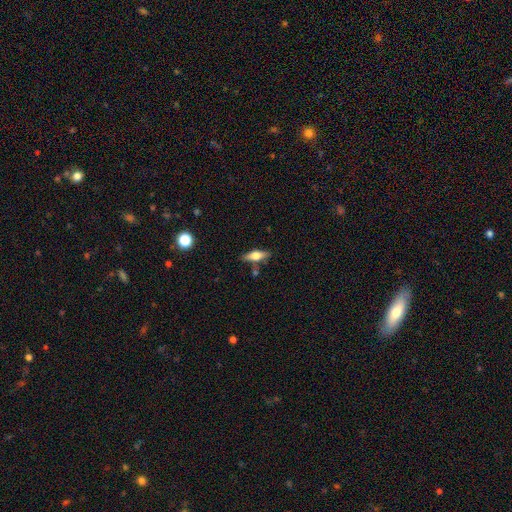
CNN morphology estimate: A smooth galaxy with no disk features (49%).

Vote fractions:
- Smooth or featured? smooth: 49% / featured or disk: 44% / star or artifact: 7%
- Merging? none: 78% / minor disturbance: 13% / merger: 6% / major disturbance: 3%